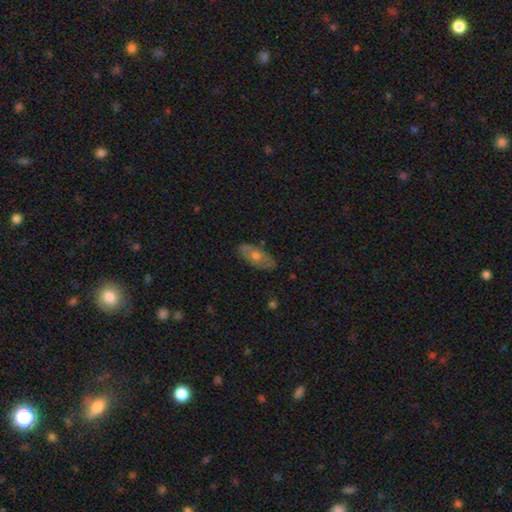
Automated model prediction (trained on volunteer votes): Smooth or featured?
  - smooth: 48% *
  - featured or disk: 45%
  - star or artifact: 7%
Merging?
  - none: 82% *
  - minor disturbance: 14%
  - major disturbance: 3%
  - merger: 1%